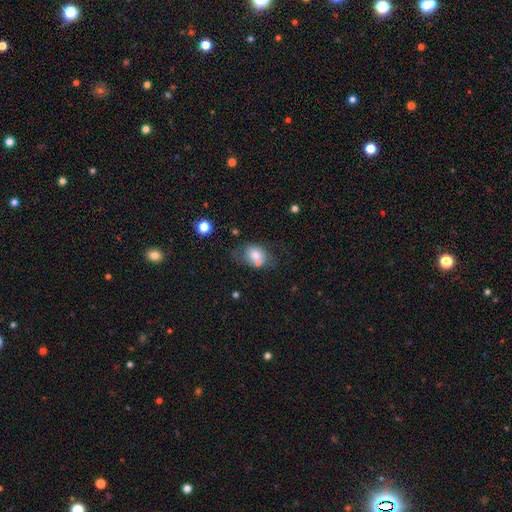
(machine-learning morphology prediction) Smooth or featured? Predicted: smooth (p=0.69). How rounded? Predicted: in between (p=0.68). Merging? Predicted: none (p=0.47).